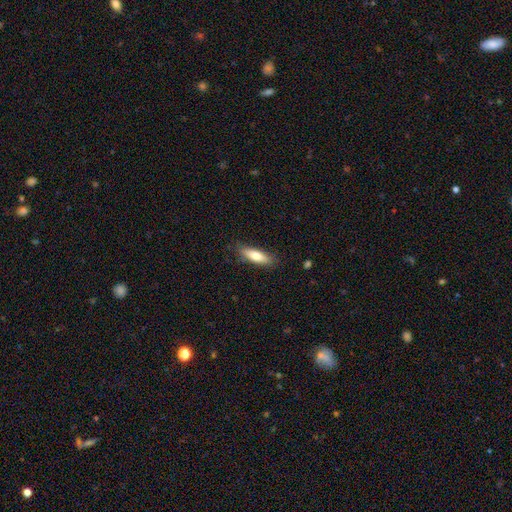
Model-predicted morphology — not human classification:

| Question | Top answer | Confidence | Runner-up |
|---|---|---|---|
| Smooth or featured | smooth | 75% | featured or disk (19%) |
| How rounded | cigar-shaped | 51% | in between (47%) |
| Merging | none | 84% | minor disturbance (13%) |